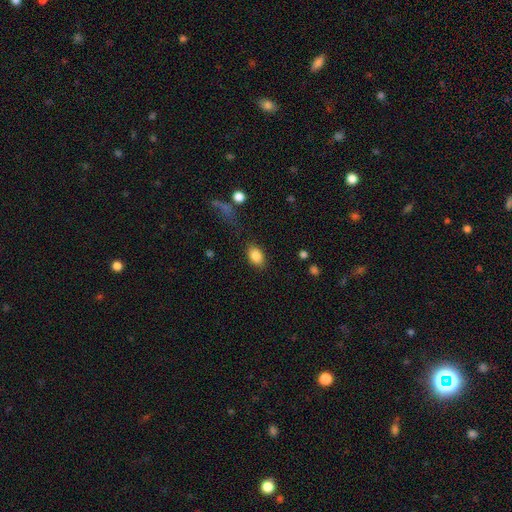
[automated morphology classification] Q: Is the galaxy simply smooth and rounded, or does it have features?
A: smooth — 86%.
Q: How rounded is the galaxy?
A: in between — 85%.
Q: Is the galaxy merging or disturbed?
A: none — 82%.